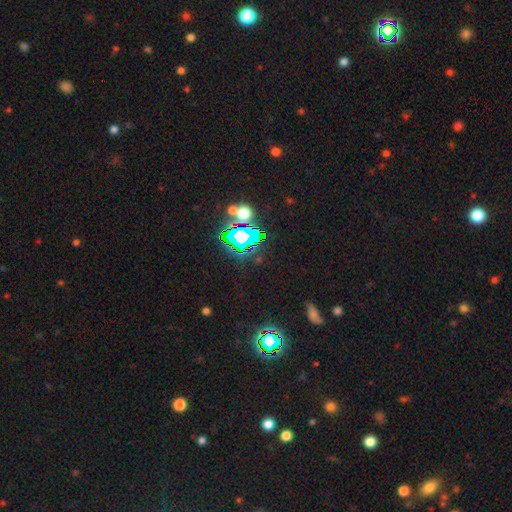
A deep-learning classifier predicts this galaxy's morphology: smooth-or-featured: star or artifact: 82% | smooth: 11% | featured or disk: 7%